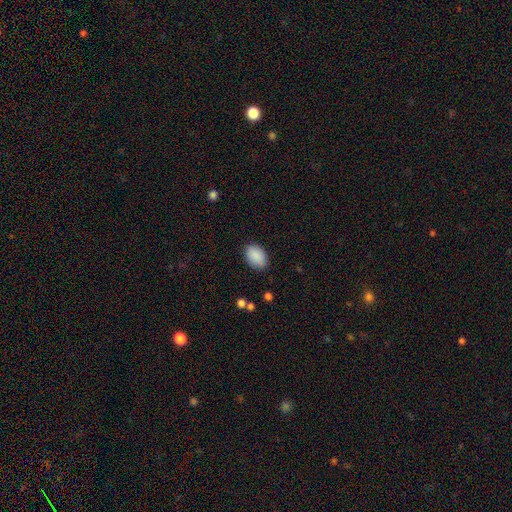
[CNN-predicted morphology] The model was most divided on "merging": none: 84%, minor disturbance: 12%, major disturbance: 3%, merger: 1%. More confident: smooth or featured — smooth (89%); how rounded — in between (89%).